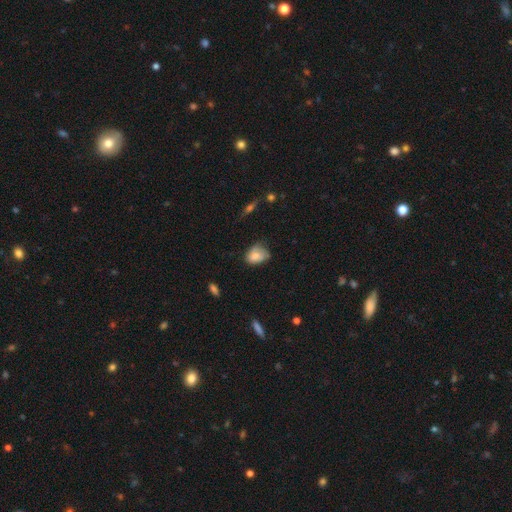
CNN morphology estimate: A smooth galaxy with no disk features (75%) that is in between round and cigar-shaped (72%). Merging: none (44%).